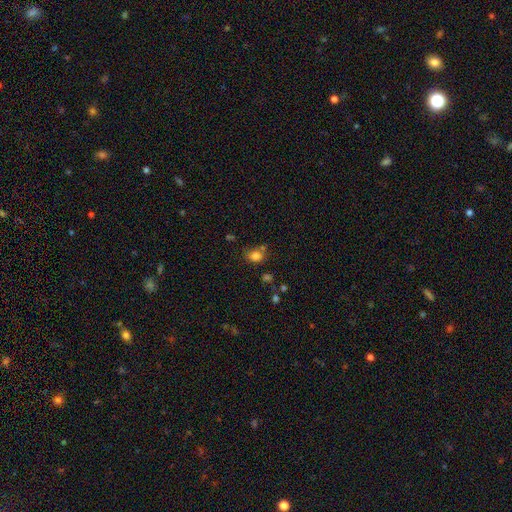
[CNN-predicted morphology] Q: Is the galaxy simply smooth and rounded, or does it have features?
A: smooth — 80%.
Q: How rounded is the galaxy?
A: round — 63%.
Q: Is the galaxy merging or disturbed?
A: none — 58%.